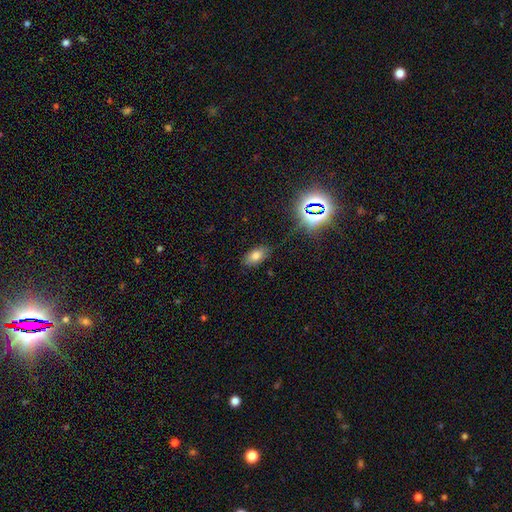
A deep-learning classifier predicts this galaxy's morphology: Smooth or featured? Predicted: smooth (p=0.73). How rounded? Predicted: in between (p=0.91). Merging? Predicted: none (p=0.82).